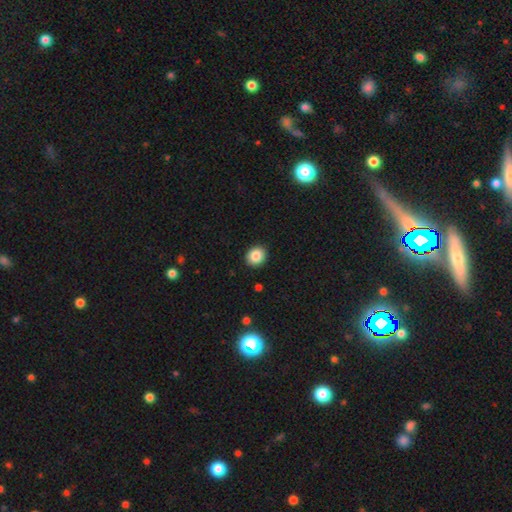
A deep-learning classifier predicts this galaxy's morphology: smooth_or_featured: smooth (p=0.86) [alt: star or artifact p=0.09]
how_rounded: round (p=0.76) [alt: in between p=0.23]
merging: none (p=0.91) [alt: minor disturbance p=0.06]